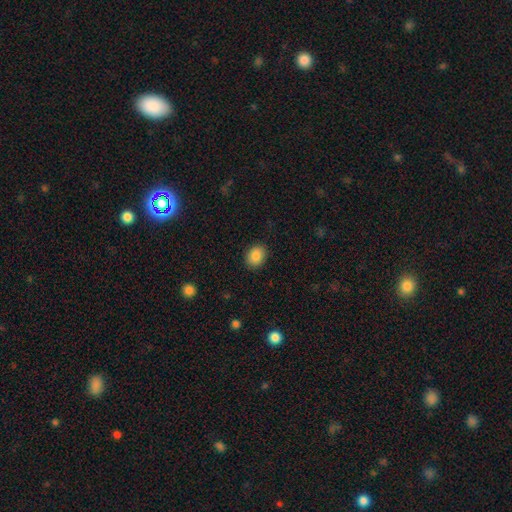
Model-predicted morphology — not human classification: smooth-or-featured: smooth: 87% | star or artifact: 8% | featured or disk: 5%
  how-rounded: in between: 55% | round: 44% | cigar-shaped: 1%
  merging: none: 88% | minor disturbance: 9% | major disturbance: 2% | merger: 1%